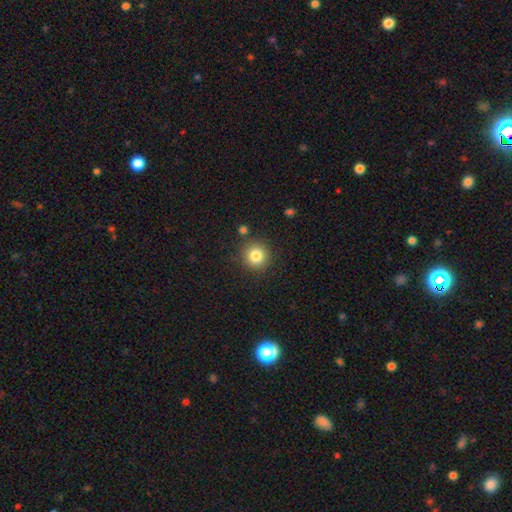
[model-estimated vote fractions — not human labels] This is clearly a smooth galaxy (83%). How rounded: clearly round (94%). Merging: clearly none (86%).